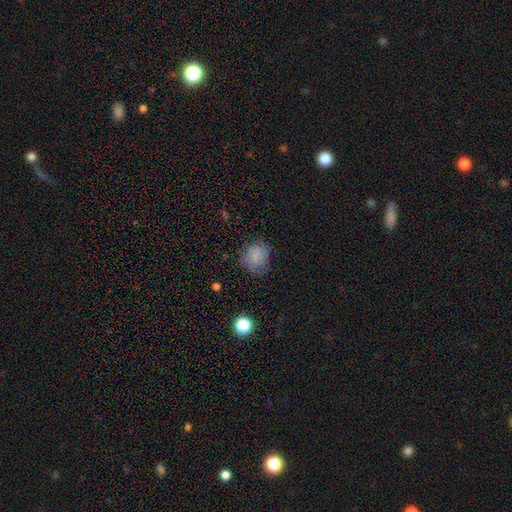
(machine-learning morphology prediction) Smooth or featured? Predicted: smooth (p=0.73). How rounded? Predicted: round (p=0.72). Merging? Predicted: none (p=0.62).